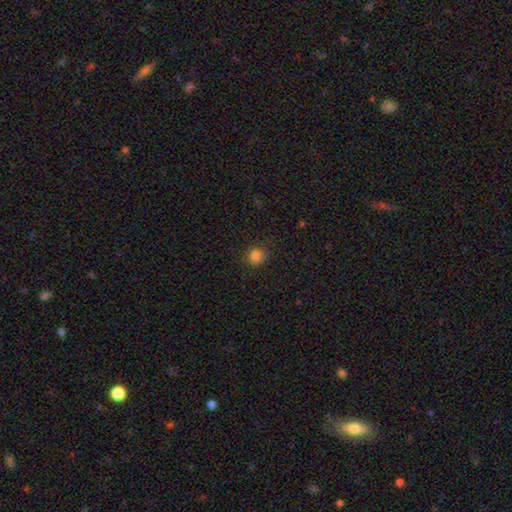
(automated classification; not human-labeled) This is clearly a smooth galaxy (82%). How rounded: clearly round (84%). Merging: clearly none (83%).